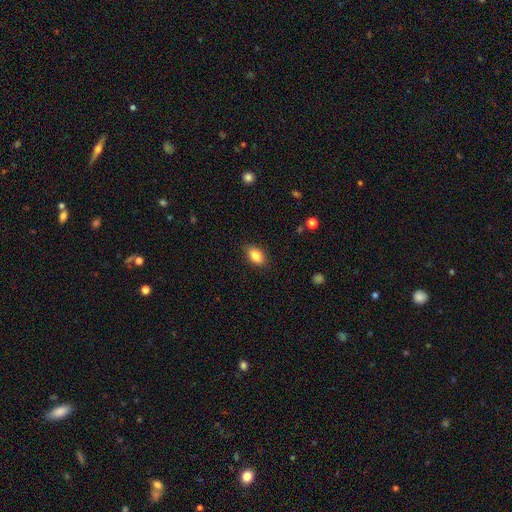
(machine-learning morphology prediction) smooth 84%, star or artifact 8%, featured or disk 8%. Down the decision tree: how rounded — in between (89%); merging — none (86%).